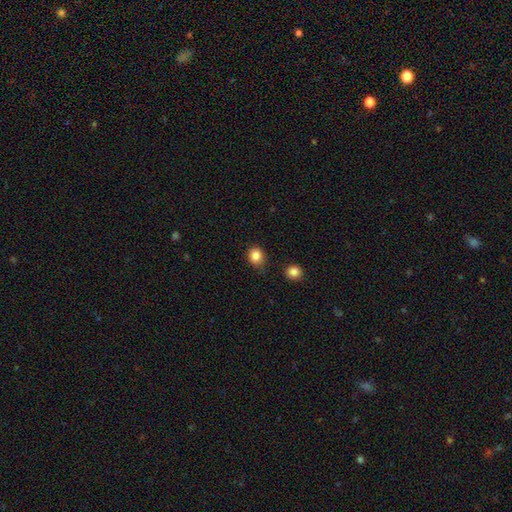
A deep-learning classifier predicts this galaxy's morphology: type=smooth (85%); roundness=round (73%); merging=none (78%).